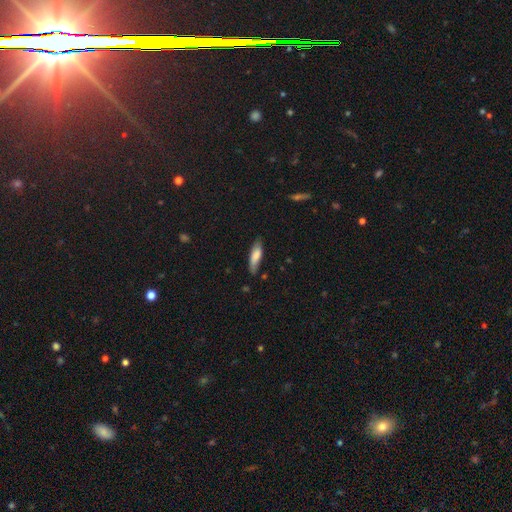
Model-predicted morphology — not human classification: smooth-or-featured: smooth: 78% | featured or disk: 16% | star or artifact: 6%
  how-rounded: cigar-shaped: 60% | in between: 38% | round: 2%
  merging: none: 74% | minor disturbance: 21% | major disturbance: 4% | merger: 2%